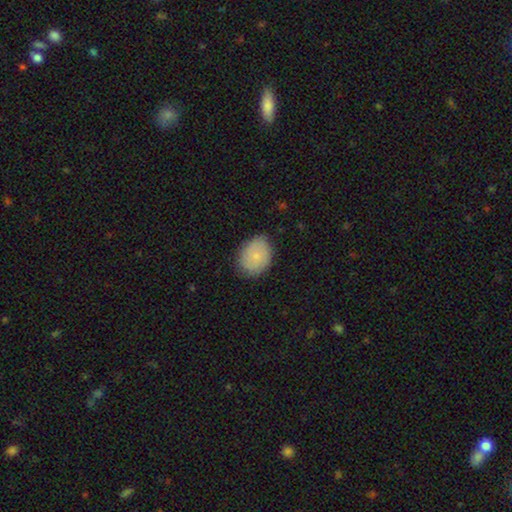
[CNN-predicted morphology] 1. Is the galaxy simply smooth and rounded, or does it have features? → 71% smooth, 22% featured or disk, 7% star or artifact.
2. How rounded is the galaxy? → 56% in between, 43% round, 1% cigar-shaped.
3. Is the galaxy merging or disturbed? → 78% none, 18% minor disturbance, 4% major disturbance, 1% merger.